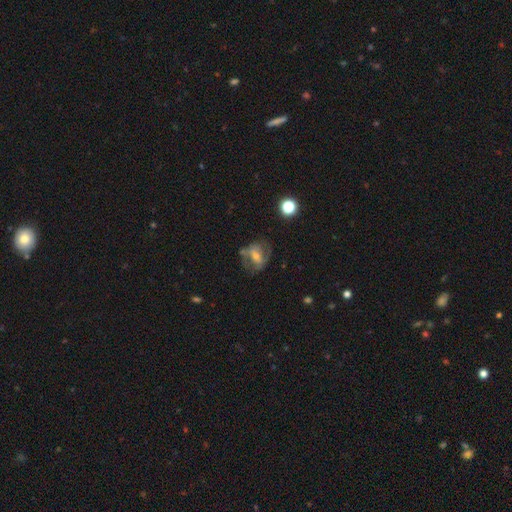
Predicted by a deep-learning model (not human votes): Overall: featured or disk (54%; smooth 36%). Edge-on disk: no (94%). Bar: no (36%, tied with weak). Spiral arms: yes (53%; no 47%). Bulge size: moderate (50%; small 42%). Merging: none (52%; minor disturbance 23%).